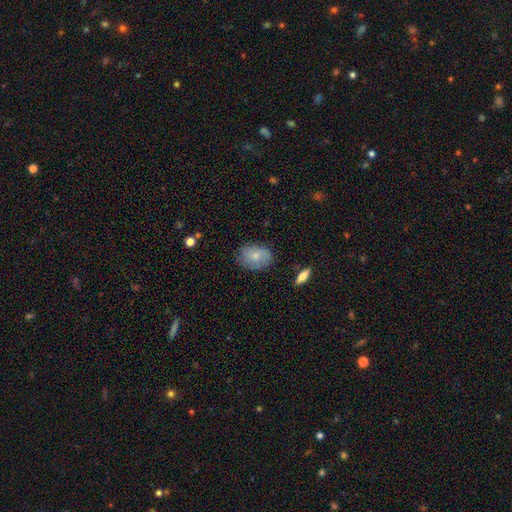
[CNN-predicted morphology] This appears to be a smooth galaxy with no disk features (64%) that is in between round and cigar-shaped (73%). Merging: none (70%).